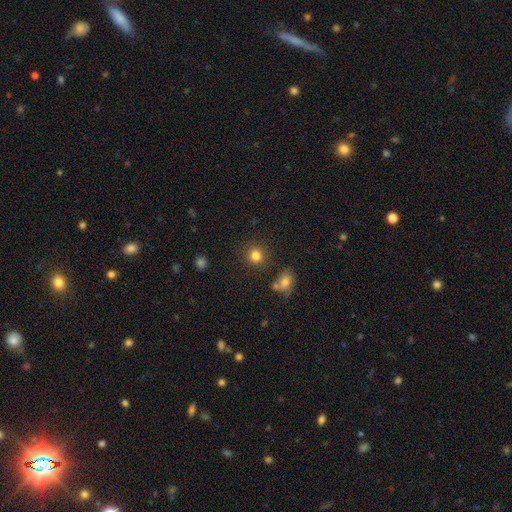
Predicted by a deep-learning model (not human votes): Morphology: type=smooth (81%); roundness=round (90%); merging=none (85%).